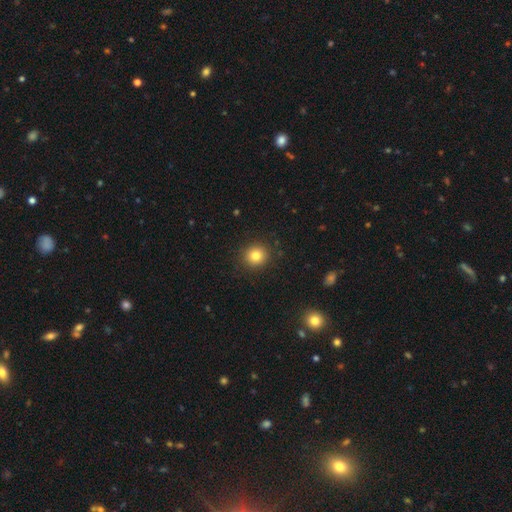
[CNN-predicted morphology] This is clearly a smooth galaxy (82%). How rounded: clearly round (87%). Merging: clearly none (90%).